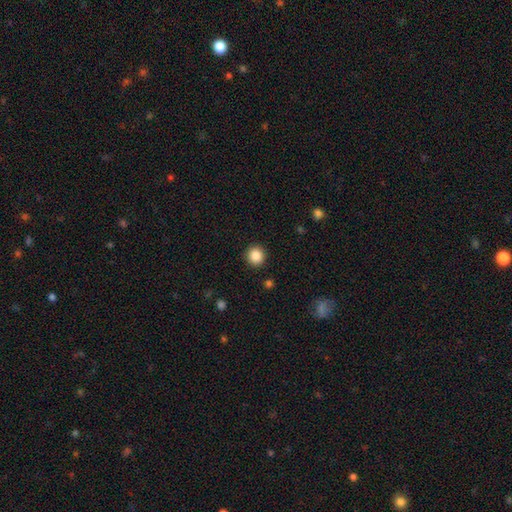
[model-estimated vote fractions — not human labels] A smooth galaxy with no disk features (87%) that is round (93%). Merging: none (92%).